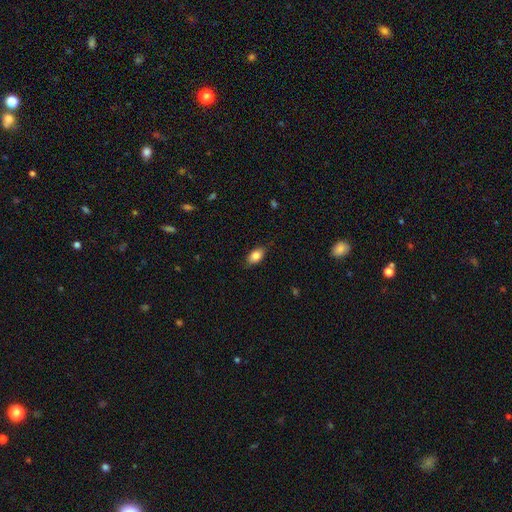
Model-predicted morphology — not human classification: smooth-or-featured: smooth: 83% | featured or disk: 10% | star or artifact: 7%
  how-rounded: in between: 89% | round: 8% | cigar-shaped: 4%
  merging: none: 82% | minor disturbance: 15% | major disturbance: 3% | merger: 1%